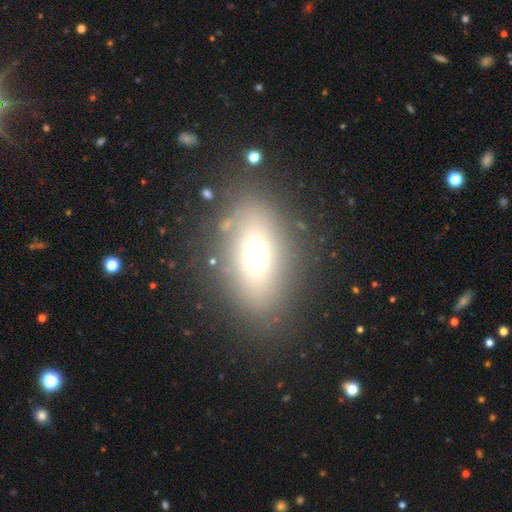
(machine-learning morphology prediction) Q: Smooth or featured?
A: smooth (66%); runner-up: featured or disk (19%)
Q: How rounded?
A: in between (80%); runner-up: round (12%)
Q: Merging?
A: none (80%); runner-up: minor disturbance (11%)